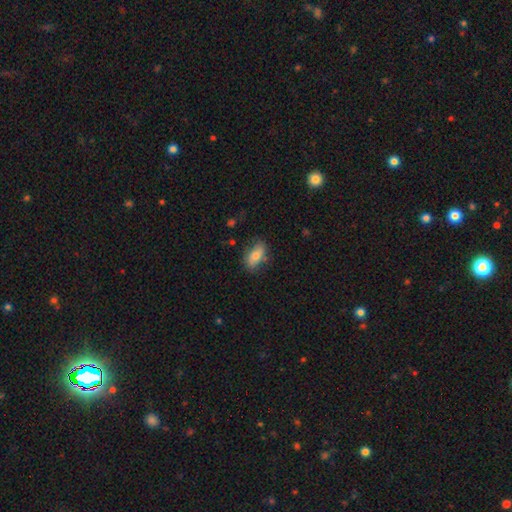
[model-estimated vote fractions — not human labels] Smooth or featured: smooth — 74% (featured or disk — 19%)
How rounded: in between — 87% (cigar-shaped — 8%)
Merging: none — 74% (minor disturbance — 19%)